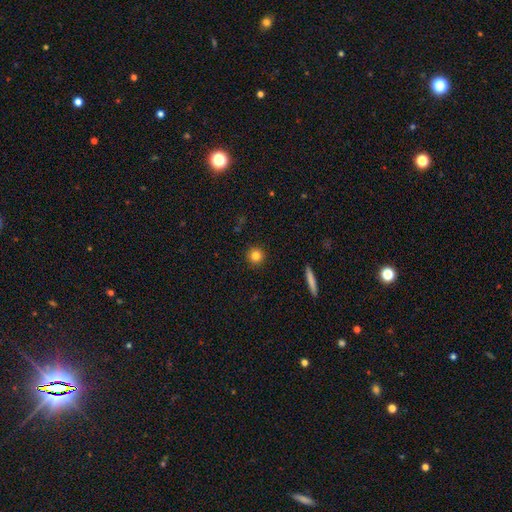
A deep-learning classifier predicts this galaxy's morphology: type=smooth (82%); roundness=round (95%); merging=none (92%).